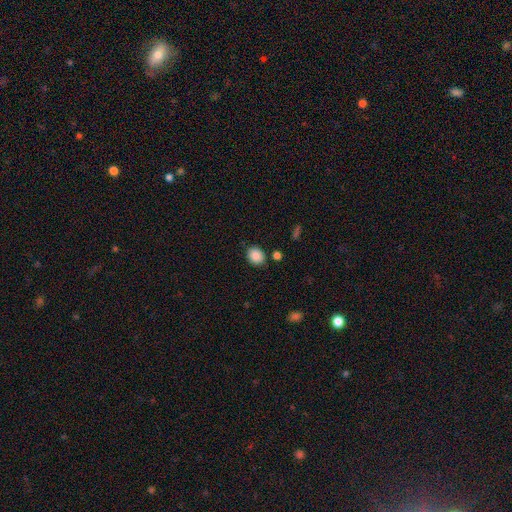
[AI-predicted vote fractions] A smooth galaxy with no disk features (87%) that is round (54%). Merging: none (84%).